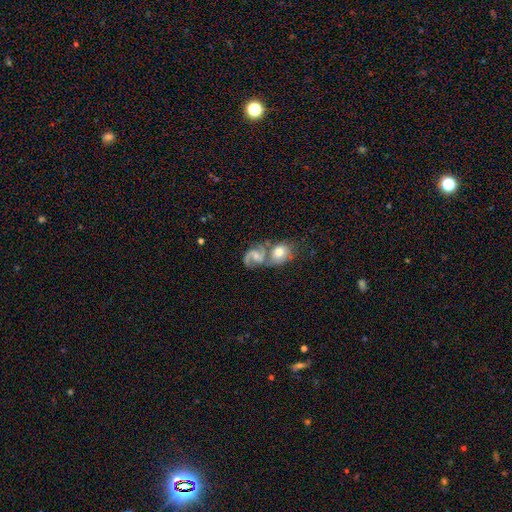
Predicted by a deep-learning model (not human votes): This is clearly a featured or disk galaxy (82%). It is clearly not viewed edge-on (98%). Bar: possibly no (48%). Spiral arm pattern: clearly yes (96%). Spiral arm count: clearly 2 (91%). Spiral winding: possibly medium (58%). Central bulge: marginally small (45%). Merging: possibly merger (47%).